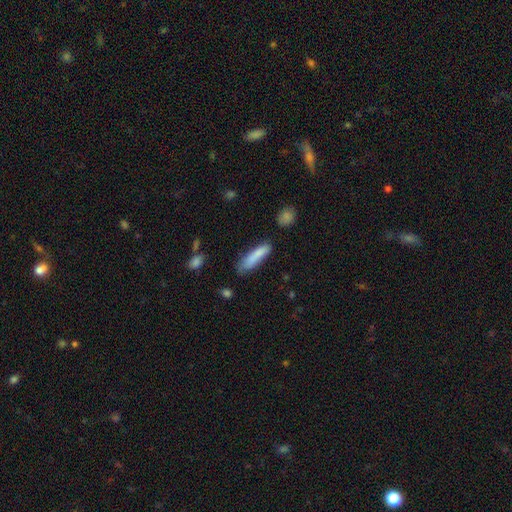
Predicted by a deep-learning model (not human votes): Smooth or featured? smooth (82%)
How rounded? cigar-shaped (76%)
Merging? none (67%)